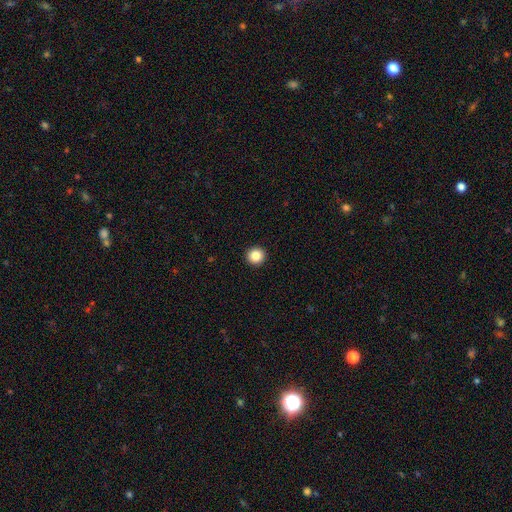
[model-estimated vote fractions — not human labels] smooth_or_featured: smooth (p=0.86) [alt: star or artifact p=0.10]
how_rounded: round (p=0.95) [alt: in between p=0.04]
merging: none (p=0.94) [alt: minor disturbance p=0.04]